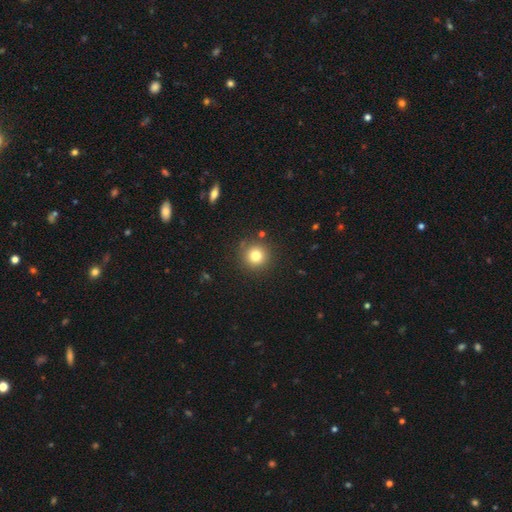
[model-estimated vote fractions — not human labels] smooth_or_featured: smooth (p=0.79) [alt: star or artifact p=0.13]
how_rounded: round (p=0.94) [alt: in between p=0.05]
merging: none (p=0.87) [alt: minor disturbance p=0.08]